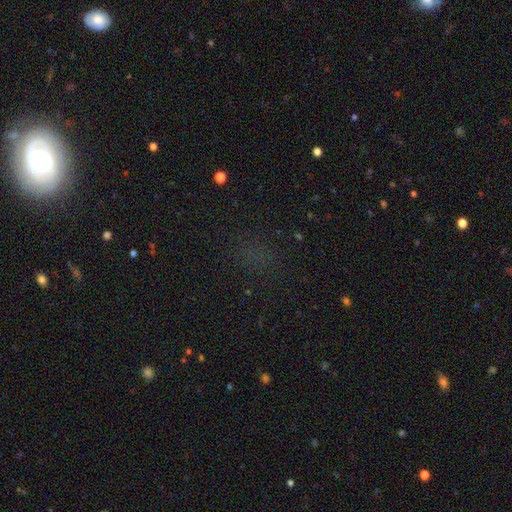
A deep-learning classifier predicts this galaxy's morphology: Smooth or featured? star or artifact (55%)